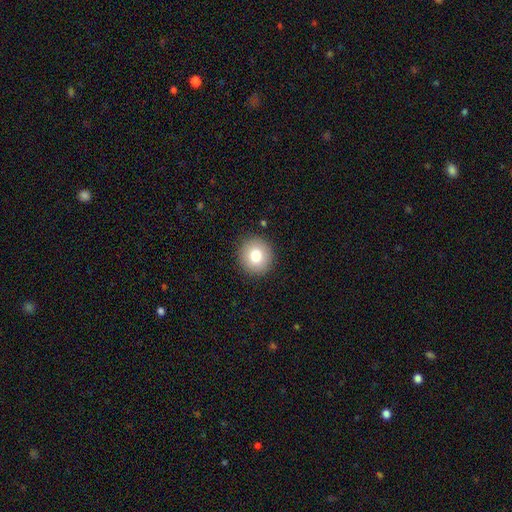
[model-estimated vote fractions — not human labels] Smooth or featured: smooth — 79% (featured or disk — 12%)
How rounded: round — 92% (in between — 8%)
Merging: none — 91% (minor disturbance — 6%)